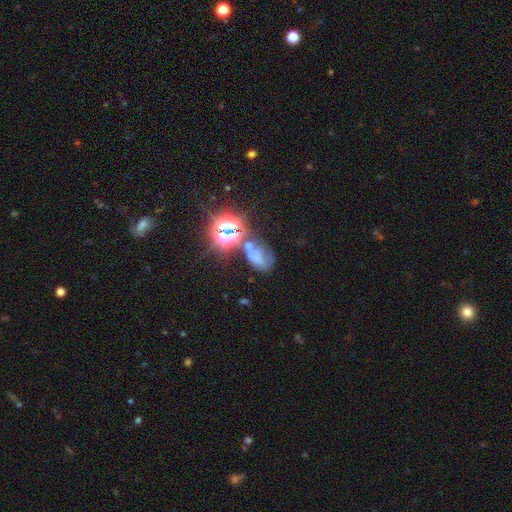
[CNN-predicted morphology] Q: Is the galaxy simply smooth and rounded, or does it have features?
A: star or artifact — 40%.